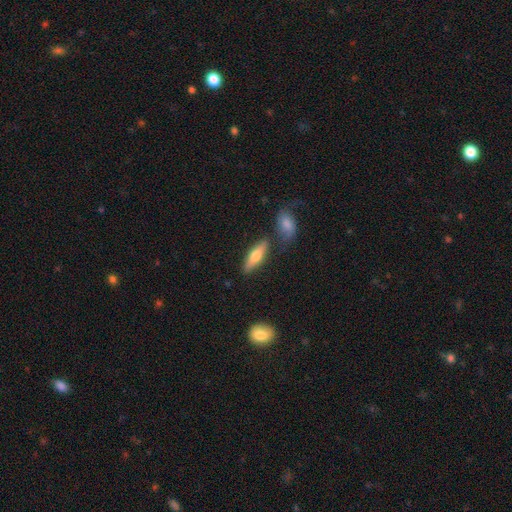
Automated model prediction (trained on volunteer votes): Morphology: type=smooth (60%); roundness=cigar-shaped (51%); merging=none (73%).